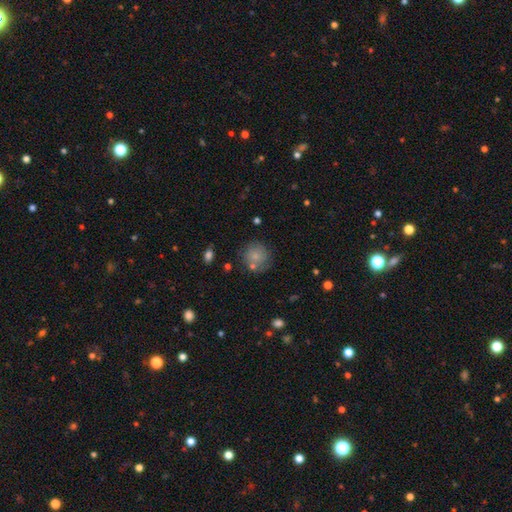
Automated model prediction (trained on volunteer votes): smooth_or_featured: smooth (p=0.77) [alt: featured or disk p=0.14]
how_rounded: round (p=0.90) [alt: in between p=0.09]
merging: none (p=0.70) [alt: minor disturbance p=0.16]